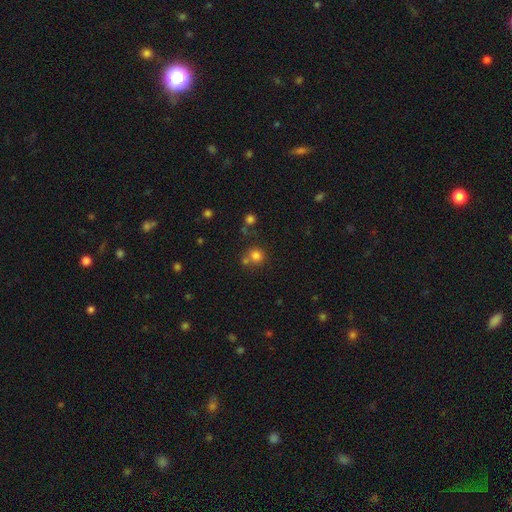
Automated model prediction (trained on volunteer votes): The model was most divided on "merging": none: 63%, merger: 24%, minor disturbance: 9%, major disturbance: 4%. More confident: how rounded — round (89%); smooth or featured — smooth (78%).